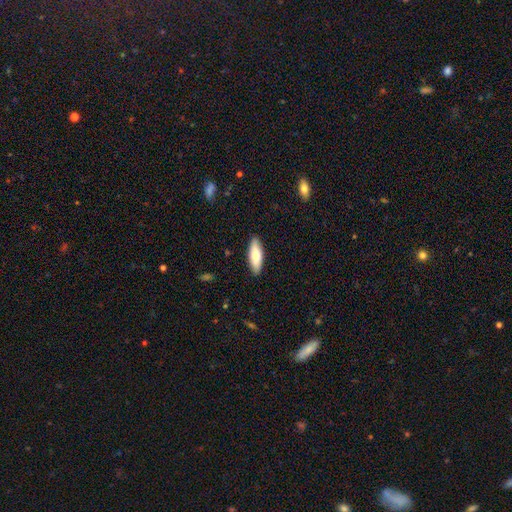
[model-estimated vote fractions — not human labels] A smooth galaxy with no disk features (74%) that is in between round and cigar-shaped (59%). Merging: none (89%).